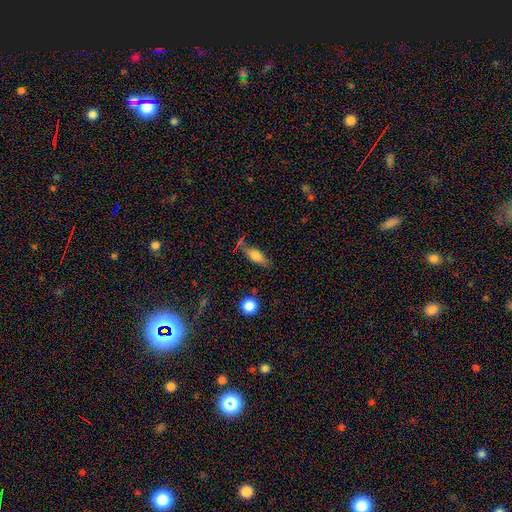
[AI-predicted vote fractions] Smooth or featured: smooth — 66% (featured or disk — 25%)
How rounded: in between — 63% (cigar-shaped — 32%)
Merging: none — 61% (minor disturbance — 24%)